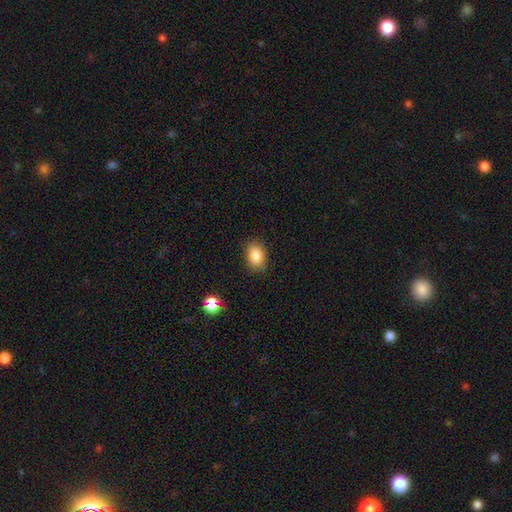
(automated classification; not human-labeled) smooth 86%, star or artifact 9%, featured or disk 5%. Down the decision tree: how rounded — in between (76%); merging — none (85%).